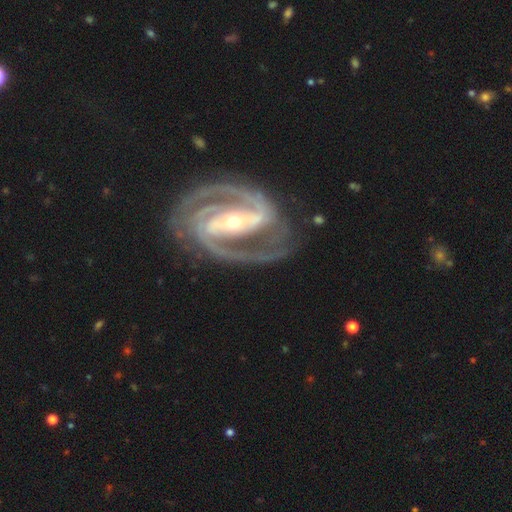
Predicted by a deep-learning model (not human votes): smooth_or_featured: featured or disk (p=0.92) [alt: star or artifact p=0.05]
disk_edge_on: no (p=0.97) [alt: yes p=0.03]
bar: strong (p=0.75) [alt: weak p=0.18]
has_spiral_arms: yes (p=0.98) [alt: no p=0.02]
spiral_winding: medium (p=0.48) [alt: tight p=0.43]
spiral_arm_count: 2 (p=0.90) [alt: 3 p=0.03]
bulge_size: small (p=0.56) [alt: moderate p=0.40]
merging: none (p=0.79) [alt: minor disturbance p=0.13]